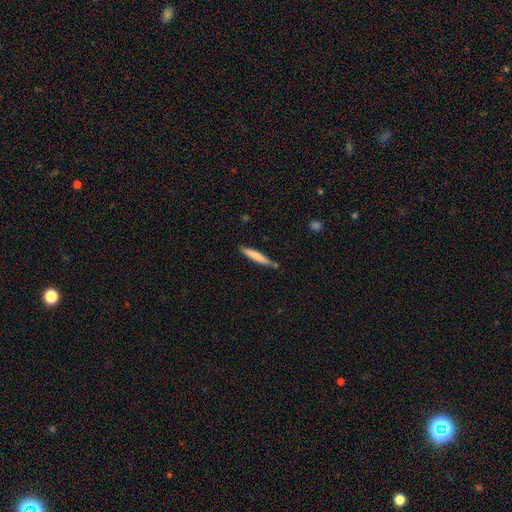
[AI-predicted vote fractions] A smooth galaxy with no disk features (73%) that is cigar-shaped (92%).

Vote fractions:
- Smooth or featured? smooth: 73% / featured or disk: 21% / star or artifact: 5%
- How rounded? cigar-shaped: 92% / in between: 6% / round: 1%
- Merging? none: 77% / minor disturbance: 15% / merger: 5% / major disturbance: 2%